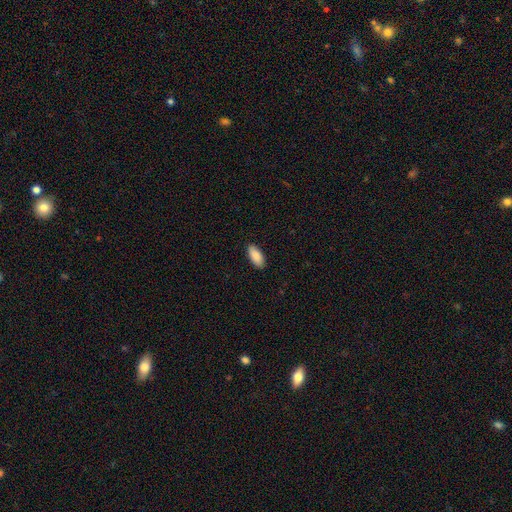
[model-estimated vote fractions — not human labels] smooth_or_featured: smooth (p=0.90) [alt: star or artifact p=0.06]
how_rounded: in between (p=0.90) [alt: cigar-shaped p=0.08]
merging: none (p=0.89) [alt: minor disturbance p=0.08]